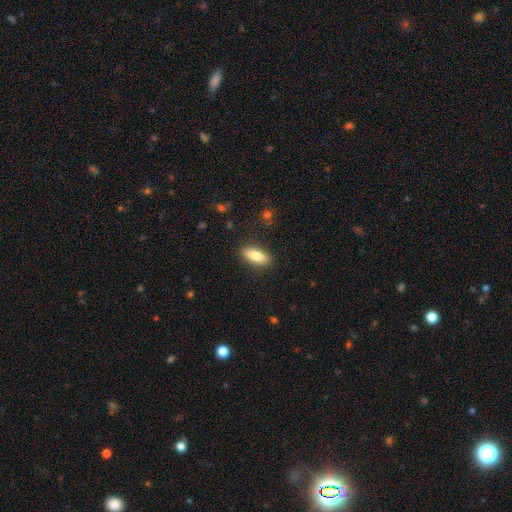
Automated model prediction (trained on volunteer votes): Smooth or featured? Predicted: smooth (p=0.78). How rounded? Predicted: in between (p=0.60). Merging? Predicted: none (p=0.87).